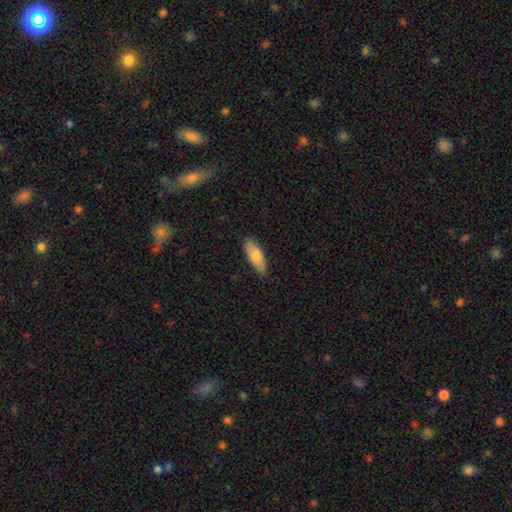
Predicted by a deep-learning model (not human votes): A smooth galaxy with no disk features (80%) that is in between round and cigar-shaped (68%).

Vote fractions:
- Smooth or featured? smooth: 80% / featured or disk: 14% / star or artifact: 6%
- How rounded? in between: 68% / cigar-shaped: 30% / round: 2%
- Merging? none: 82% / minor disturbance: 15% / major disturbance: 2% / merger: 1%